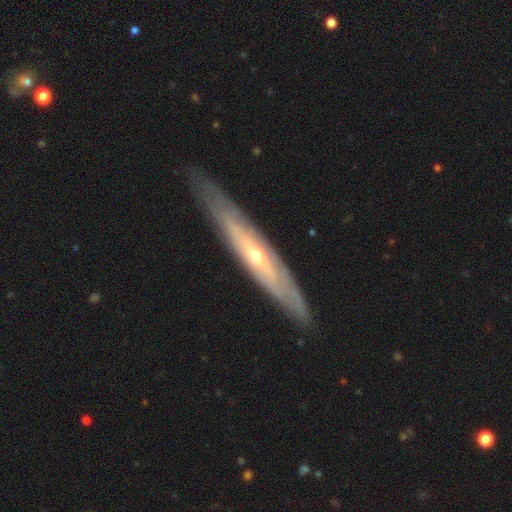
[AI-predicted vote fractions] This appears to be a featured or disk galaxy (77%) viewed edge-on (58%). Merging: none (83%).